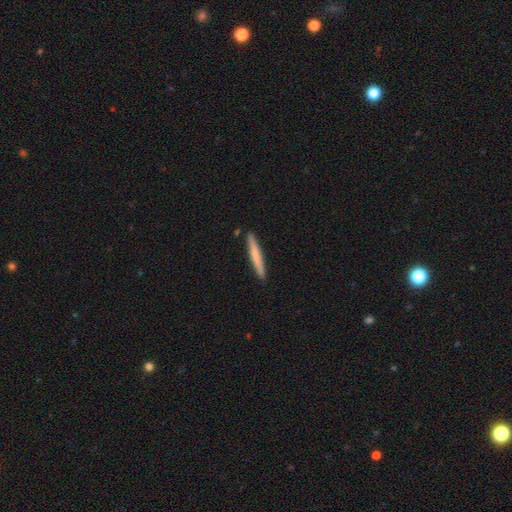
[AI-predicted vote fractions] Morphology: type=smooth (67%); roundness=cigar-shaped (96%); merging=none (91%).